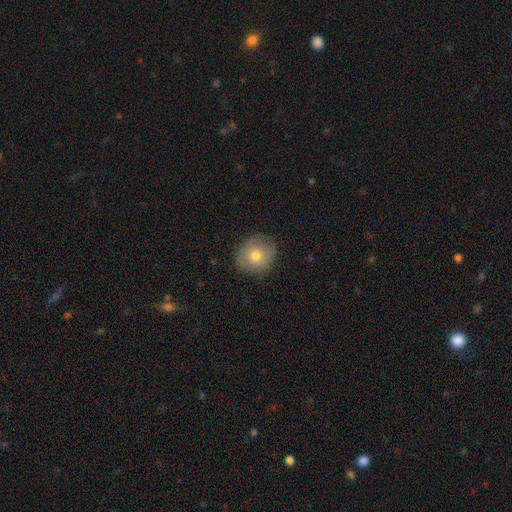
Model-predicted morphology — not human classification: Smooth or featured: smooth — 71% (featured or disk — 21%)
How rounded: round — 82% (in between — 17%)
Merging: none — 82% (minor disturbance — 14%)